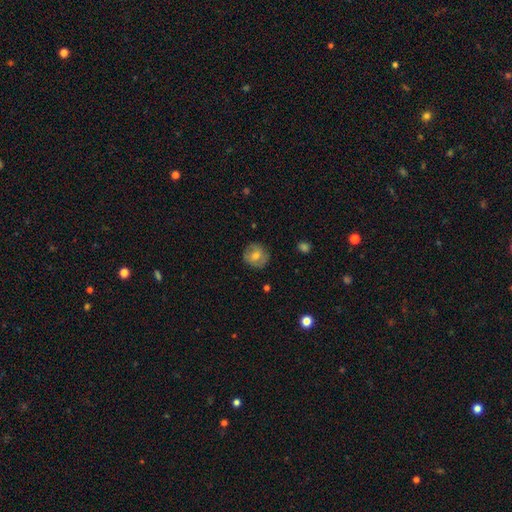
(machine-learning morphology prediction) Q: Smooth or featured?
A: smooth (66%); runner-up: featured or disk (26%)
Q: How rounded?
A: round (90%); runner-up: in between (8%)
Q: Merging?
A: none (84%); runner-up: minor disturbance (12%)